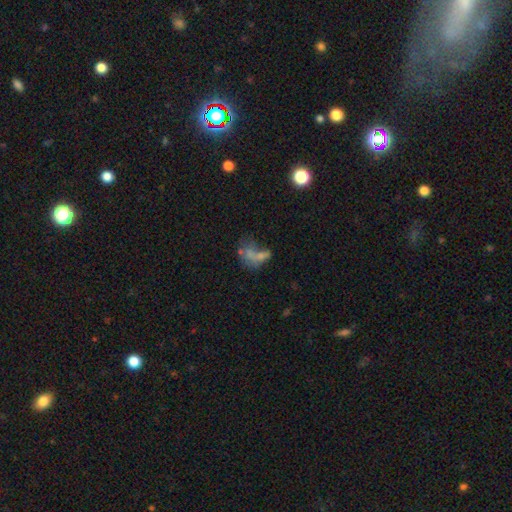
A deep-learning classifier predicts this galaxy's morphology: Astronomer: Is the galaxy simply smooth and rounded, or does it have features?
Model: smooth — 48% (runner-up: featured or disk, 35%).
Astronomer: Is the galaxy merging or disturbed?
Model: major disturbance — 33% (runner-up: merger, 29%).